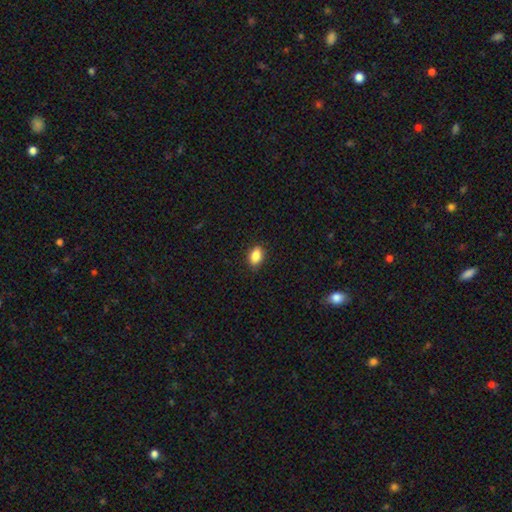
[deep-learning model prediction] A smooth galaxy with no disk features (87%) that is in between round and cigar-shaped (87%). Merging: none (88%).